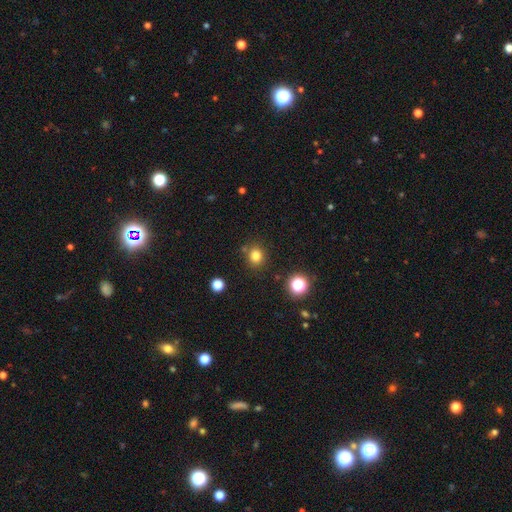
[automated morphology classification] Overall: smooth (80%). How rounded: round (82%). Merging: none (82%).